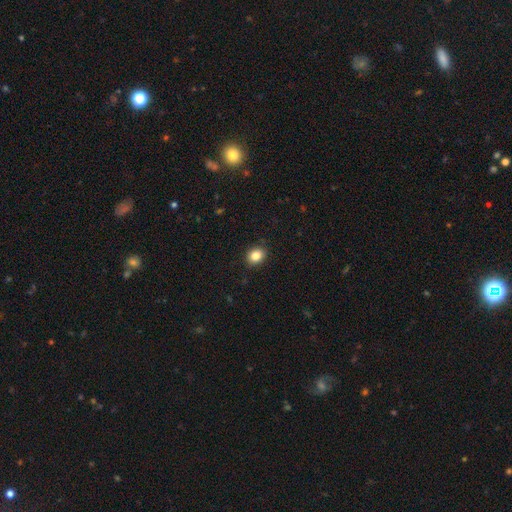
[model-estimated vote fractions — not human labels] A smooth galaxy with no disk features (85%) that is round (54%).

Vote fractions:
- Smooth or featured? smooth: 85% / star or artifact: 10% / featured or disk: 6%
- How rounded? round: 54% / in between: 45% / cigar-shaped: 1%
- Merging? none: 89% / minor disturbance: 8% / major disturbance: 2% / merger: 1%